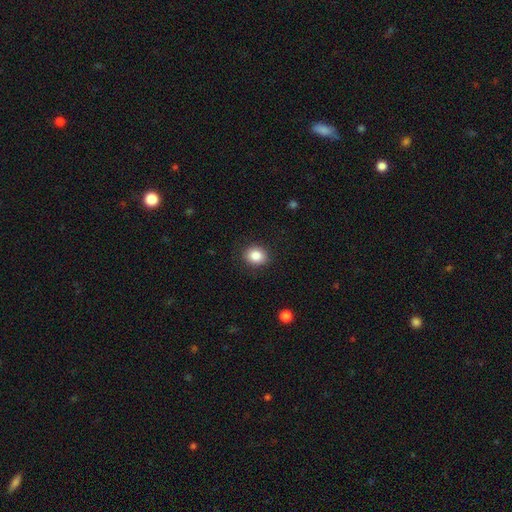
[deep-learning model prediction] A smooth galaxy with no disk features (85%) that is round (66%).

Vote fractions:
- Smooth or featured? smooth: 85% / star or artifact: 9% / featured or disk: 6%
- How rounded? round: 66% / in between: 33% / cigar-shaped: 1%
- Merging? none: 89% / minor disturbance: 8% / major disturbance: 2% / merger: 1%